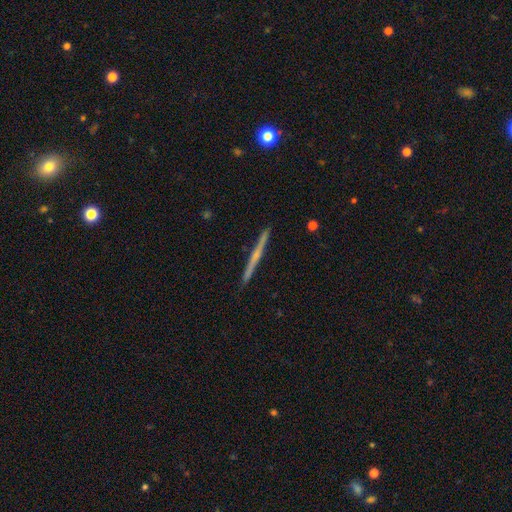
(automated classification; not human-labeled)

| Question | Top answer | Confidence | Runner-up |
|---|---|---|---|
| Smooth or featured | featured or disk | 64% | smooth (31%) |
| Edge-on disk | yes | 98% | no (2%) |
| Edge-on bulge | none | 63% | rounded (30%) |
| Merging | none | 92% | minor disturbance (5%) |